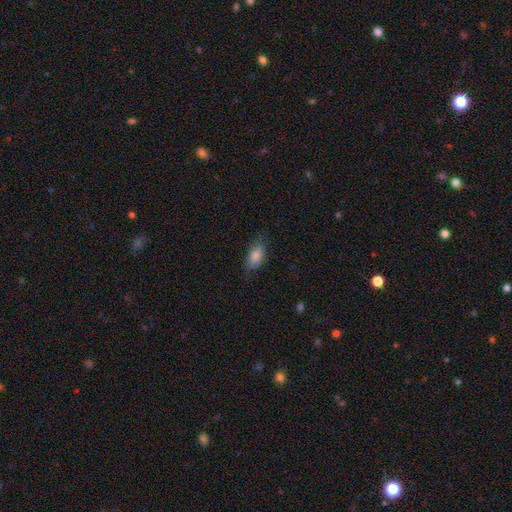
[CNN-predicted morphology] smooth_or_featured: smooth (p=0.84) [alt: featured or disk p=0.09]
how_rounded: in between (p=0.90) [alt: cigar-shaped p=0.05]
merging: none (p=0.72) [alt: minor disturbance p=0.21]